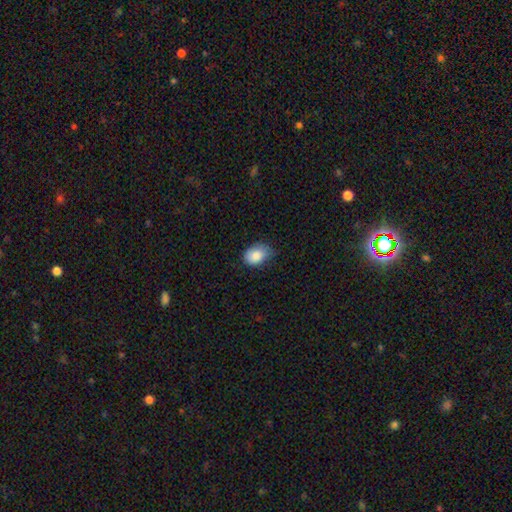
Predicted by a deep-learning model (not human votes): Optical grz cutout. It shows a smooth galaxy with no disk features (85%) that is in between round and cigar-shaped (80%). Merging: none (52%).